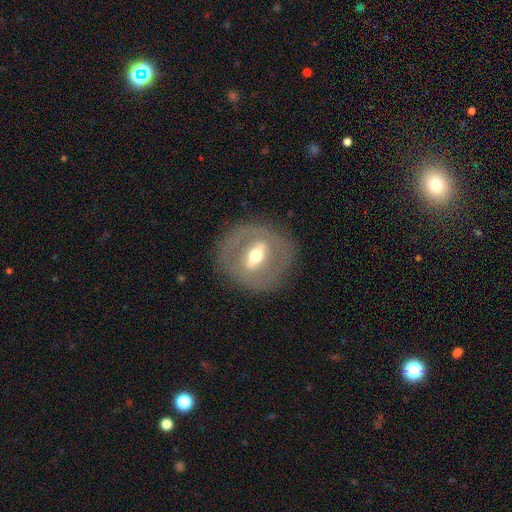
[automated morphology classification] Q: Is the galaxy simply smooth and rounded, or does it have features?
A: featured or disk — 67%.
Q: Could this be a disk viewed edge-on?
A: no — 86%.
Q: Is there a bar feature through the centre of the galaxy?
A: strong — 49%.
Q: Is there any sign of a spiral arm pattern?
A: no — 67%.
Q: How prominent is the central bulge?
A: moderate — 66%.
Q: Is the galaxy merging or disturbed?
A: none — 82%.